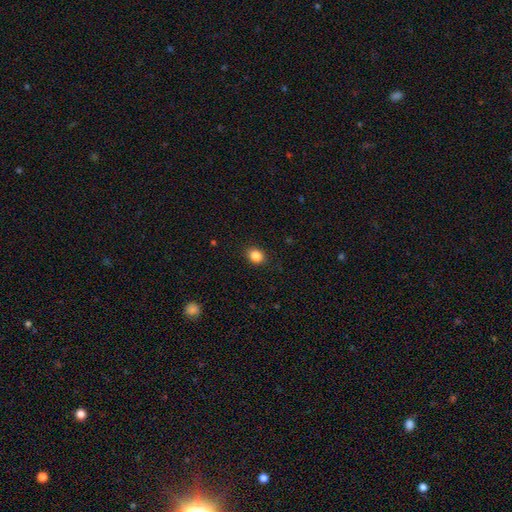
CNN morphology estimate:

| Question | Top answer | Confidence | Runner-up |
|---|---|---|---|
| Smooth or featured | smooth | 87% | star or artifact (10%) |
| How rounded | round | 58% | in between (41%) |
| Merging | none | 89% | minor disturbance (8%) |